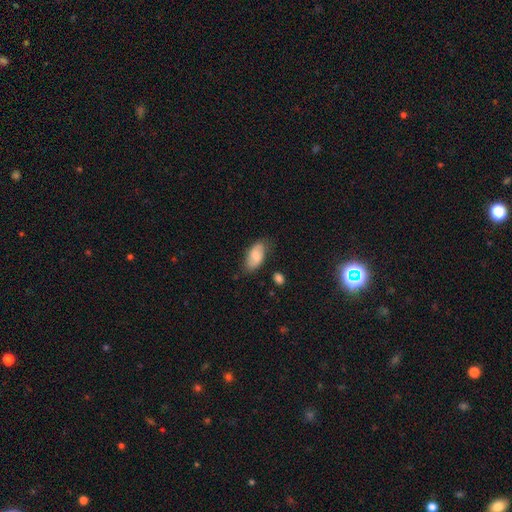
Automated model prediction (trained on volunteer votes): Smooth or featured: smooth — 73% (featured or disk — 20%)
How rounded: in between — 92% (cigar-shaped — 5%)
Merging: none — 70% (minor disturbance — 23%)